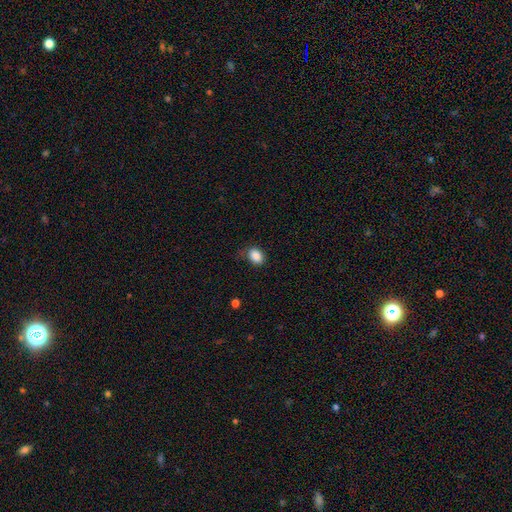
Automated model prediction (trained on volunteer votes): This is clearly a smooth galaxy (88%). How rounded: likely in between (71%). Merging: likely none (73%).